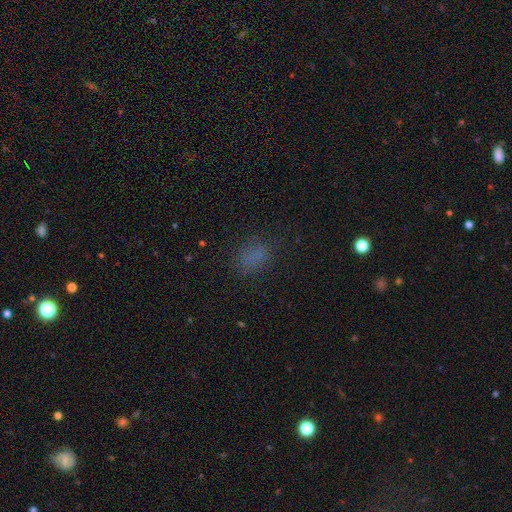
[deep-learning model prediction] Overall: smooth (73%). How rounded: in between (72%). Merging: none (75%).